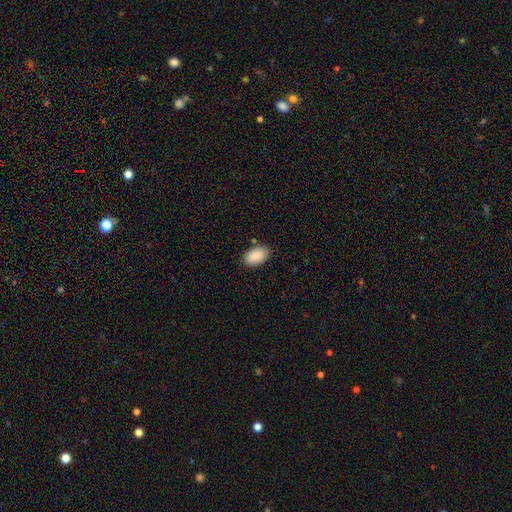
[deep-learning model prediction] This is clearly a smooth galaxy (90%). How rounded: clearly in between (94%). Merging: clearly none (85%).